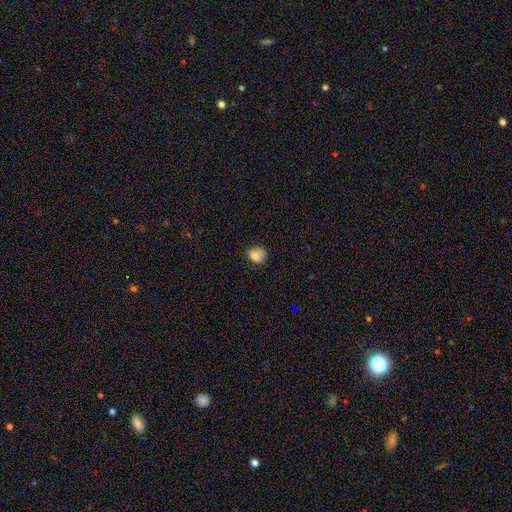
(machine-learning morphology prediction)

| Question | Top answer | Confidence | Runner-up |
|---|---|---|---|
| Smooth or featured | smooth | 81% | star or artifact (11%) |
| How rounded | round | 61% | in between (38%) |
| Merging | none | 60% | minor disturbance (29%) |